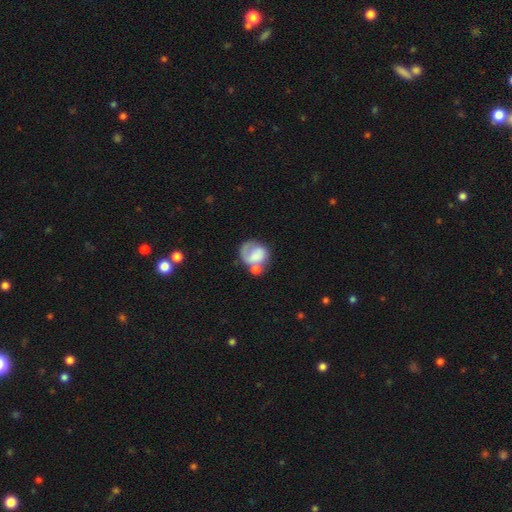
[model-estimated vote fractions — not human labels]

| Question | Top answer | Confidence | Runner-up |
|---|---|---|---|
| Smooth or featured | smooth | 52% | featured or disk (40%) |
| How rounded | round | 63% | in between (36%) |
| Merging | none | 31% | merger (29%) |